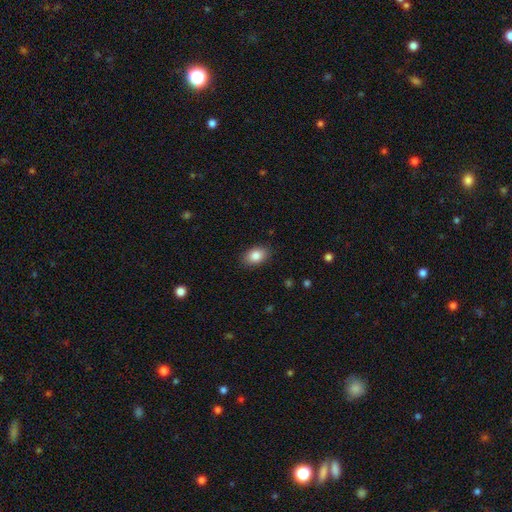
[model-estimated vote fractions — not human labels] Morphology: type=smooth (86%); roundness=in between (85%); merging=none (87%).